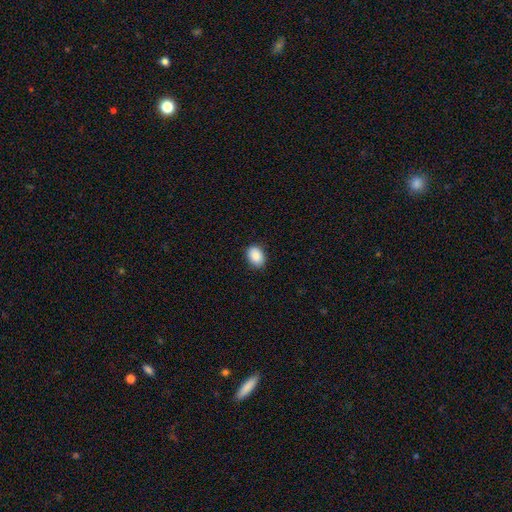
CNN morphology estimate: This is clearly a smooth galaxy (88%). How rounded: likely in between (76%). Merging: clearly none (86%).